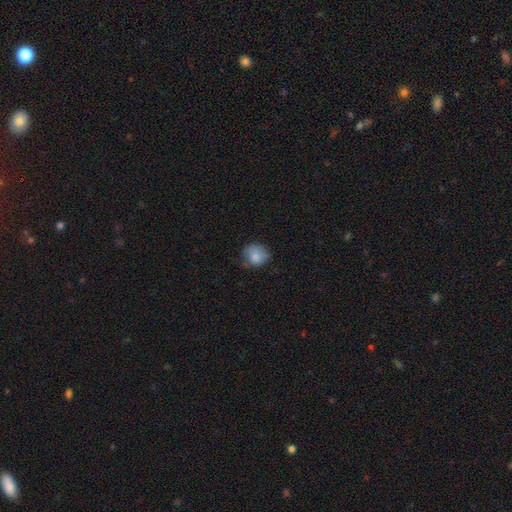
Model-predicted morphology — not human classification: A smooth galaxy with no disk features (84%) that is round (74%). Merging: none (65%).